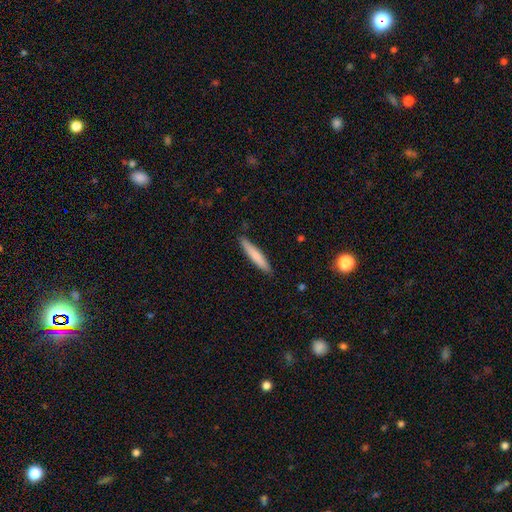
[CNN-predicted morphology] A smooth galaxy with no disk features (76%) that is cigar-shaped (91%).

Vote fractions:
- Smooth or featured? smooth: 76% / featured or disk: 19% / star or artifact: 5%
- How rounded? cigar-shaped: 91% / in between: 7% / round: 1%
- Merging? none: 88% / minor disturbance: 9% / major disturbance: 2% / merger: 1%